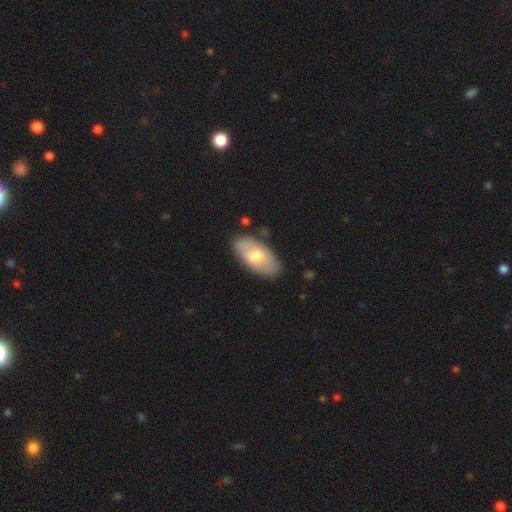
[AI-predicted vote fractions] Morphology: type=smooth (60%); roundness=in between (93%); merging=none (82%).